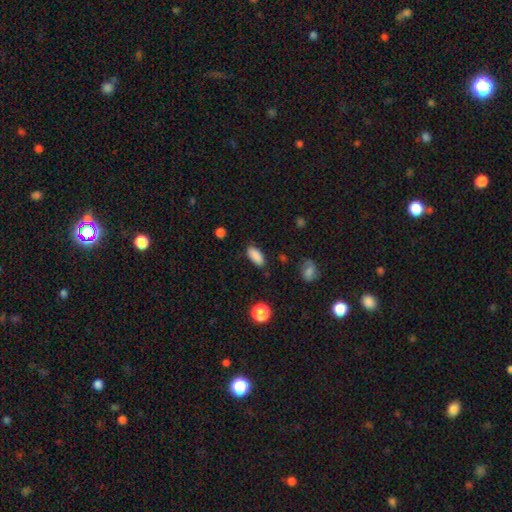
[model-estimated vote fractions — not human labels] A smooth galaxy with no disk features (88%) that is in between round and cigar-shaped (88%).

Vote fractions:
- Smooth or featured? smooth: 88% / star or artifact: 8% / featured or disk: 4%
- How rounded? in between: 88% / cigar-shaped: 9% / round: 3%
- Merging? none: 84% / minor disturbance: 12% / major disturbance: 3% / merger: 2%